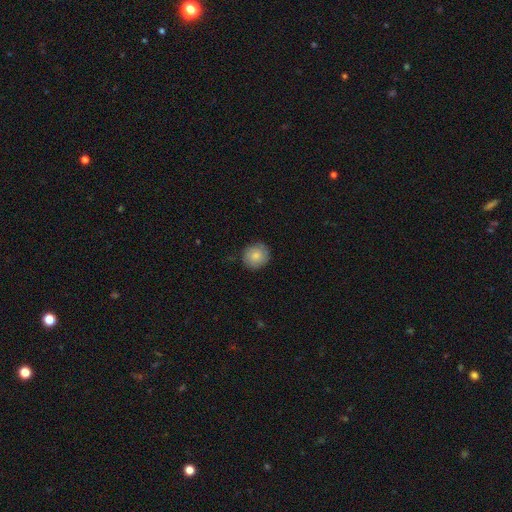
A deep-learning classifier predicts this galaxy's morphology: Overall: smooth (79%). How rounded: round (89%). Merging: none (85%).